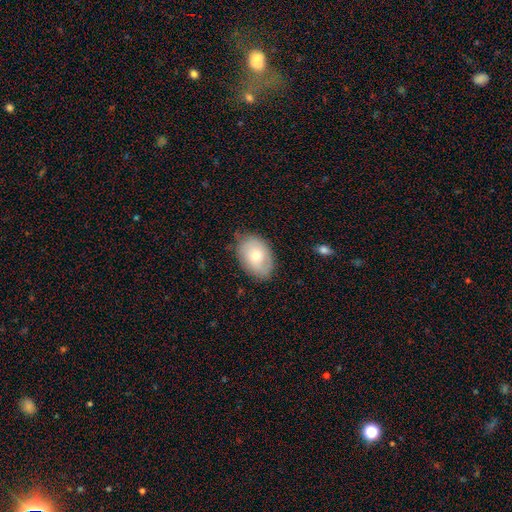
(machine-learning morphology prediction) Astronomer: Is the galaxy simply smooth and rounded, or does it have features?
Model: smooth — 64%.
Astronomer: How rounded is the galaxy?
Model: in between — 80%.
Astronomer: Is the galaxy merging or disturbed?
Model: none — 77%.